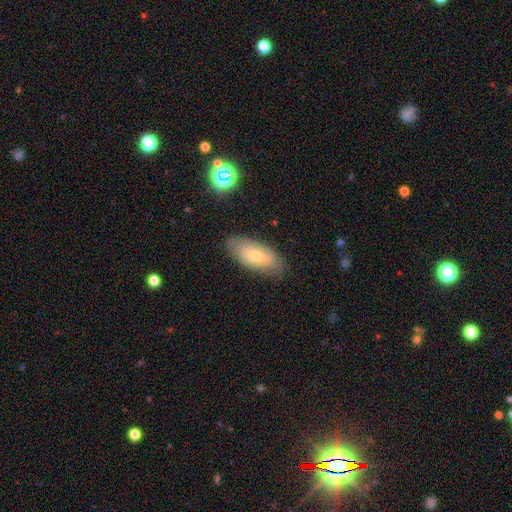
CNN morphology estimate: Overall: smooth (63%; featured or disk 29%). How rounded: in between (90%). Merging: none (80%).